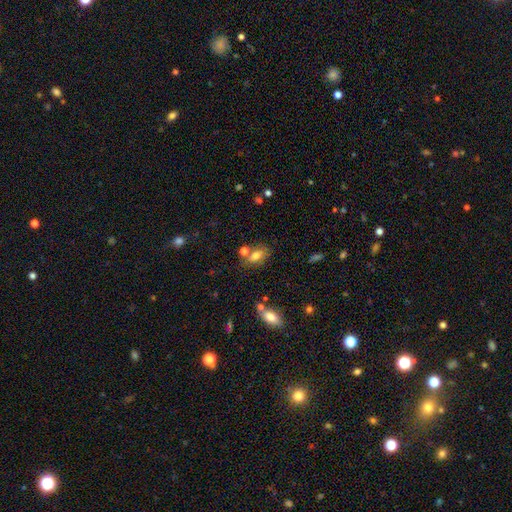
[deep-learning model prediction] Q: Smooth or featured?
A: smooth (73%); runner-up: featured or disk (17%)
Q: How rounded?
A: in between (86%); runner-up: round (10%)
Q: Merging?
A: none (59%); runner-up: merger (20%)